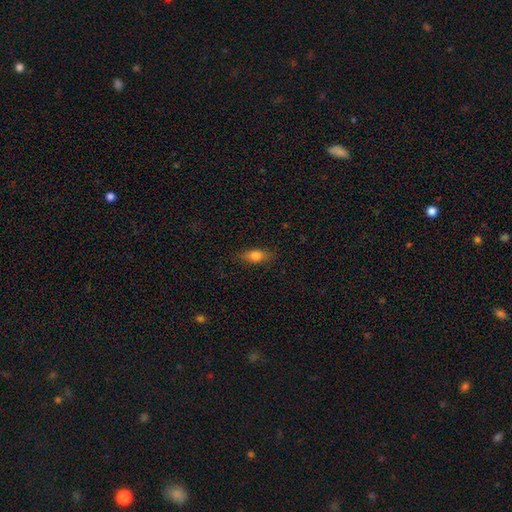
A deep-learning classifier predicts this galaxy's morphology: A smooth galaxy with no disk features (77%) that is in between round and cigar-shaped (76%). Merging: none (84%).